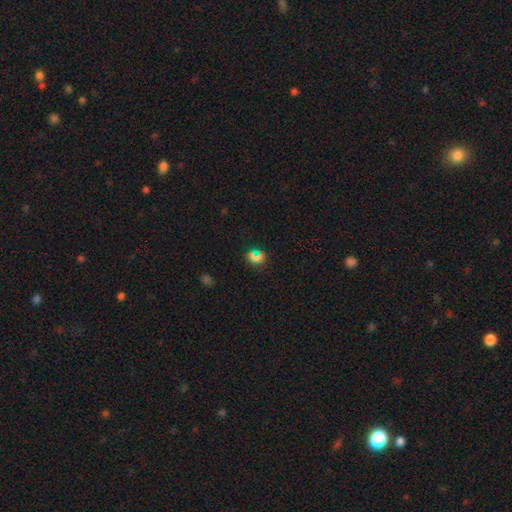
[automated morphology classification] smooth 60%, star or artifact 31%, featured or disk 8%. Down the decision tree: how rounded — round (83%); merging — none (80%).